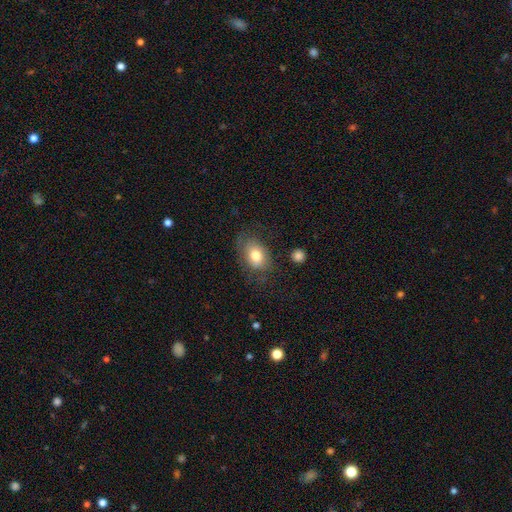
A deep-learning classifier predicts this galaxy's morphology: A smooth galaxy with no disk features (75%) that is in between round and cigar-shaped (78%).

Vote fractions:
- Smooth or featured? smooth: 75% / featured or disk: 17% / star or artifact: 8%
- How rounded? in between: 78% / round: 21% / cigar-shaped: 1%
- Merging? none: 63% / minor disturbance: 22% / major disturbance: 12% / merger: 2%